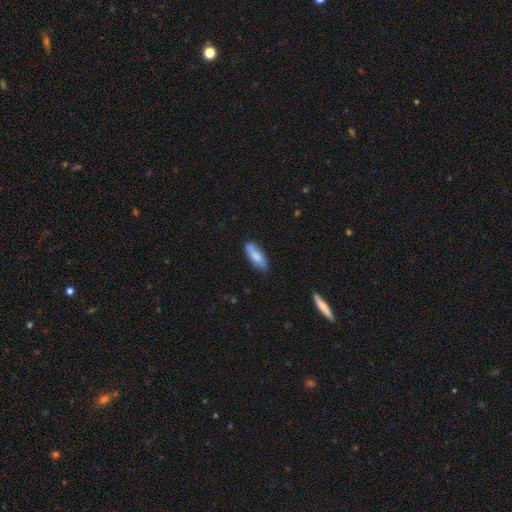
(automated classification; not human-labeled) A smooth galaxy with no disk features (73%) that is in between round and cigar-shaped (66%). Merging: none (68%).